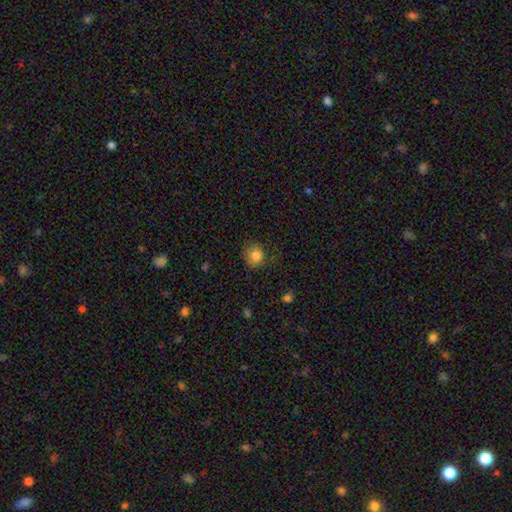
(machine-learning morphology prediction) type=smooth (82%); roundness=round (83%); merging=none (69%).